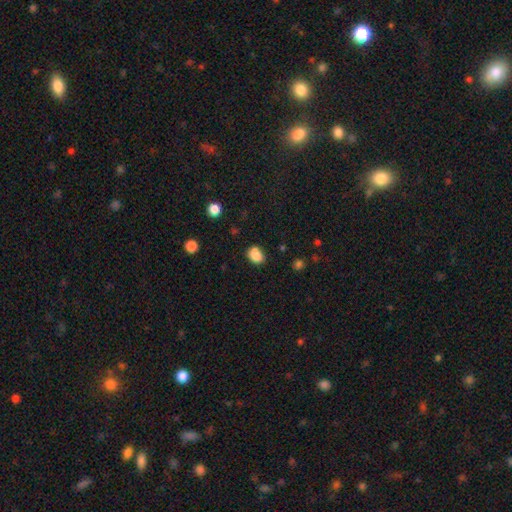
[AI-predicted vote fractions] This appears to be a smooth galaxy with no disk features (84%) that is in between round and cigar-shaped (62%). Merging: none (64%).